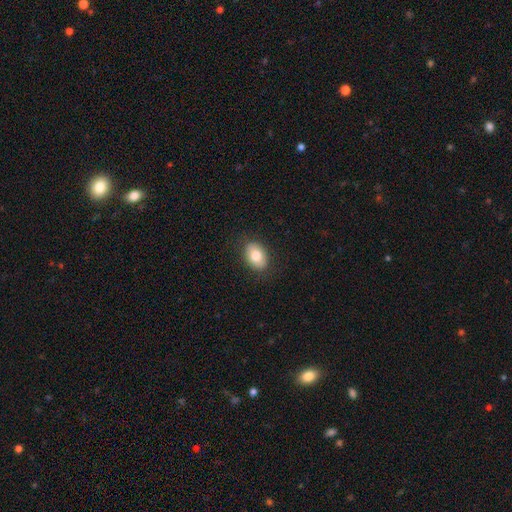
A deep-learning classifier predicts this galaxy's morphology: Smooth or featured? smooth (78%)
How rounded? in between (80%)
Merging? none (86%)